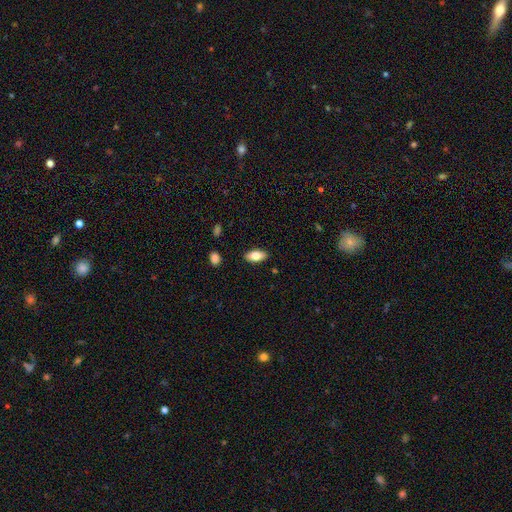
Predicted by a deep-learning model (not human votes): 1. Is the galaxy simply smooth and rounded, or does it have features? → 76% smooth, 17% featured or disk, 7% star or artifact.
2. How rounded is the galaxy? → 89% in between, 7% cigar-shaped, 3% round.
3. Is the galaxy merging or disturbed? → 88% none, 9% minor disturbance, 2% major disturbance, 1% merger.